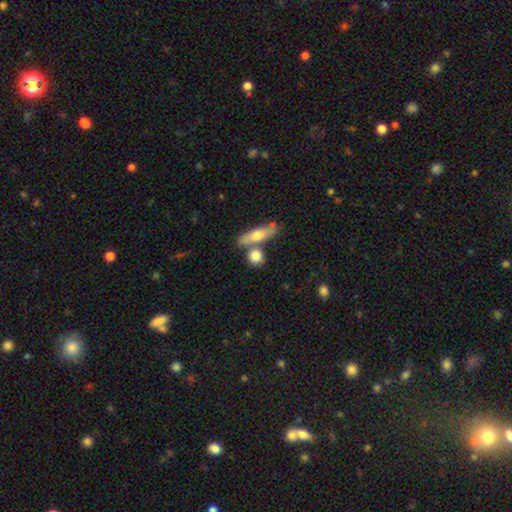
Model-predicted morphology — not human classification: smooth_or_featured: smooth (p=0.75) [alt: featured or disk p=0.18]
how_rounded: round (p=0.54) [alt: in between p=0.30]
merging: none (p=0.56) [alt: merger p=0.29]